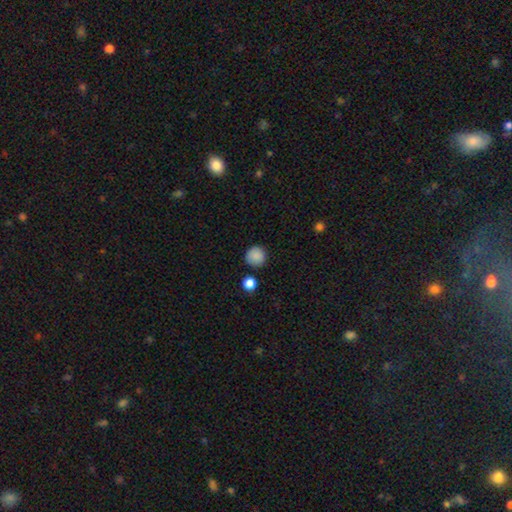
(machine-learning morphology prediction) A smooth galaxy with no disk features (87%) that is round (94%).

Vote fractions:
- Smooth or featured? smooth: 87% / star or artifact: 9% / featured or disk: 4%
- How rounded? round: 94% / in between: 5% / cigar-shaped: 1%
- Merging? none: 85% / minor disturbance: 9% / merger: 3% / major disturbance: 2%